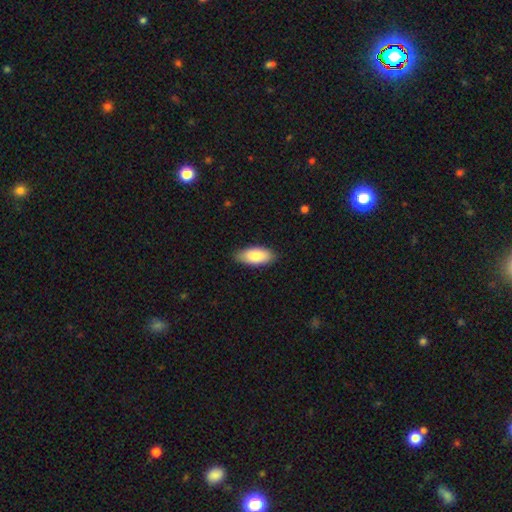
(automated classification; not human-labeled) Overall: smooth (84%). How rounded: in between (90%). Merging: none (85%).